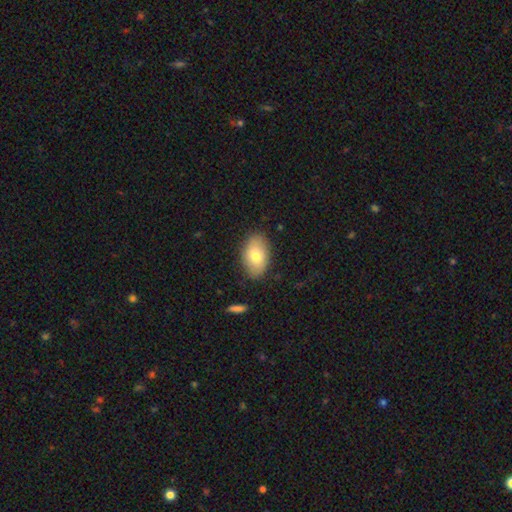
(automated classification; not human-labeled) smooth-or-featured: smooth: 75% | featured or disk: 18% | star or artifact: 7%
  how-rounded: in between: 91% | round: 8% | cigar-shaped: 2%
  merging: none: 84% | minor disturbance: 12% | major disturbance: 3% | merger: 1%